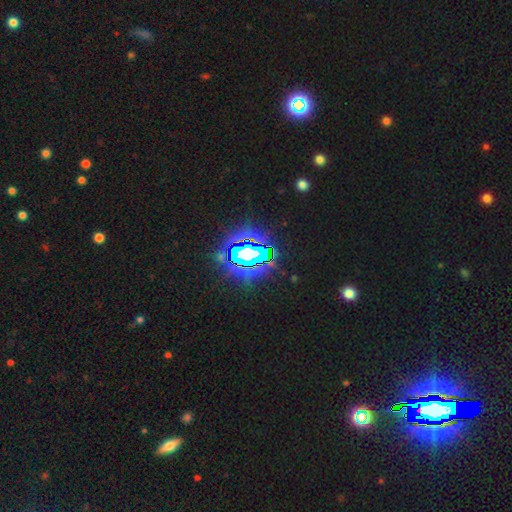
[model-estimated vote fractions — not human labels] Smooth or featured?
  - star or artifact: 80% *
  - smooth: 11%
  - featured or disk: 9%